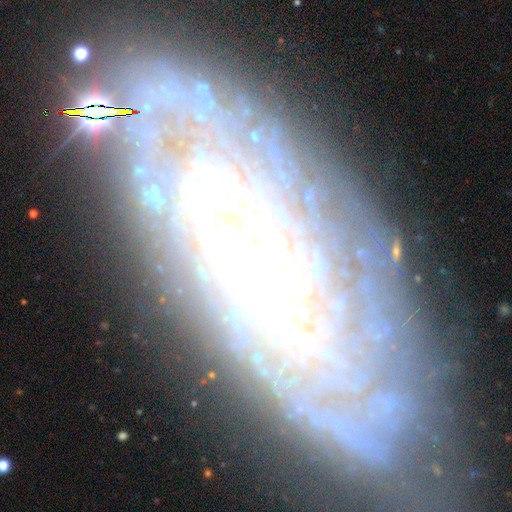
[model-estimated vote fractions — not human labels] This appears to be a featured or disk galaxy (84%) with no bar (48%), tight (80%) spiral arms (95%) and a moderate central bulge (41%). Merging: none (76%).